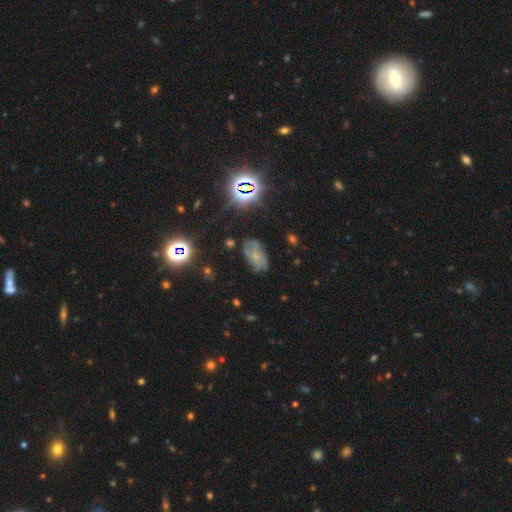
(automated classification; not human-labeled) Q: Smooth or featured?
A: featured or disk (43%); runner-up: smooth (32%)
Q: Merging?
A: none (62%); runner-up: minor disturbance (24%)